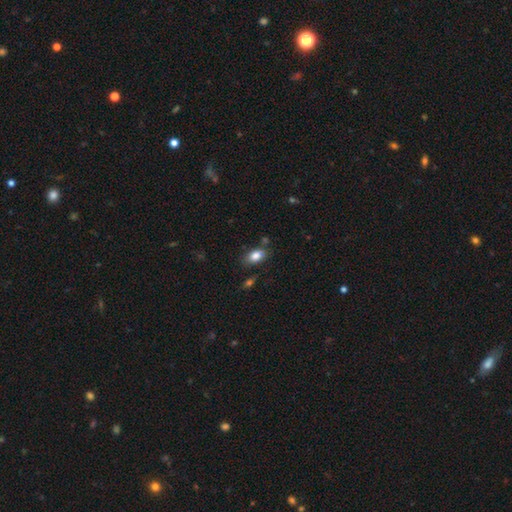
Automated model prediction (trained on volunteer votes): A smooth galaxy with no disk features (84%) that is in between round and cigar-shaped (90%).

Vote fractions:
- Smooth or featured? smooth: 84% / star or artifact: 8% / featured or disk: 8%
- How rounded? in between: 90% / round: 7% / cigar-shaped: 3%
- Merging? none: 74% / minor disturbance: 16% / merger: 6% / major disturbance: 4%